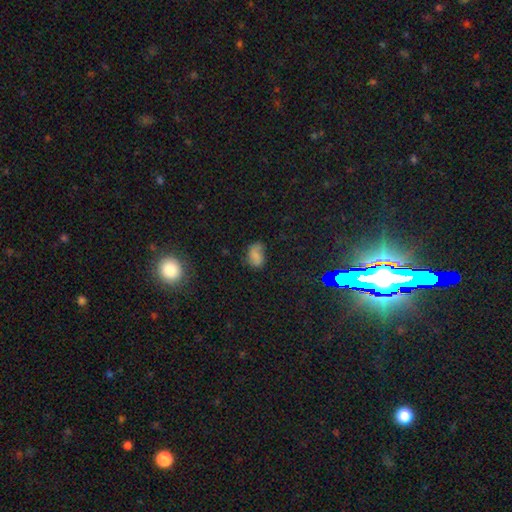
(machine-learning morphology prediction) smooth-or-featured: smooth: 66% | featured or disk: 17% | star or artifact: 16%
  how-rounded: in between: 82% | round: 16% | cigar-shaped: 2%
  merging: none: 55% | minor disturbance: 30% | major disturbance: 12% | merger: 3%